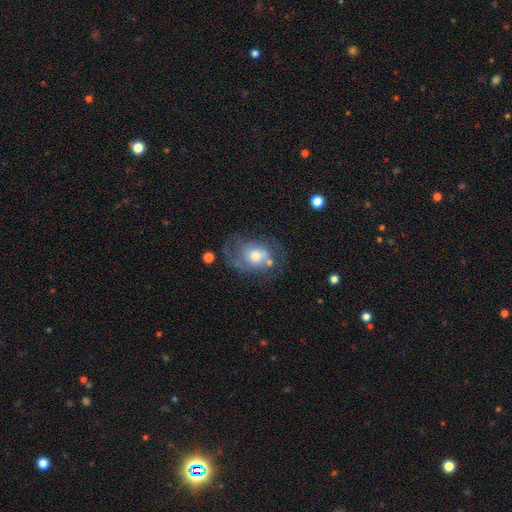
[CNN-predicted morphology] The model was most divided on "smooth or featured": featured or disk: 52%, smooth: 38%, star or artifact: 10%. More confident: edge-on disk — no (96%); bar — no (77%); spiral arms — yes (64%); bulge size — moderate (63%); merging — none (51%).